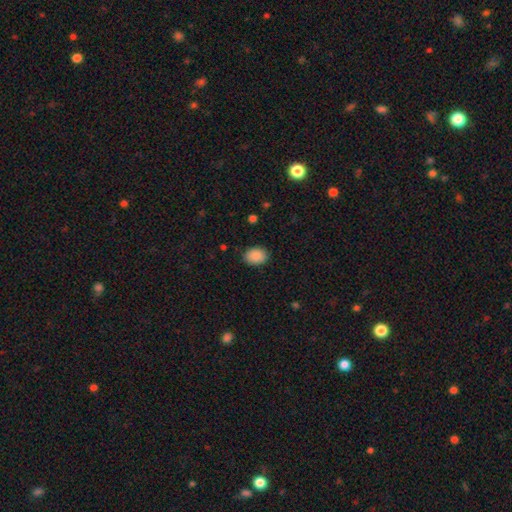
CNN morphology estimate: A smooth galaxy with no disk features (90%) that is in between round and cigar-shaped (73%). Merging: none (87%).